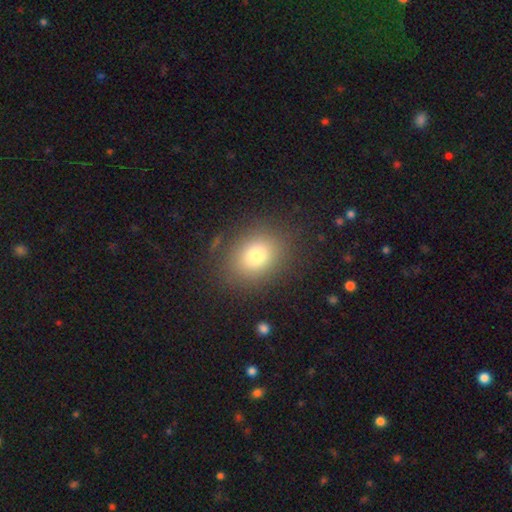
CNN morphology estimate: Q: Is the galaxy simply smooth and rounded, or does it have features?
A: smooth — 78%.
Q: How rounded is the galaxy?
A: in between — 51%.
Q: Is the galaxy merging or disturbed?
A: none — 84%.